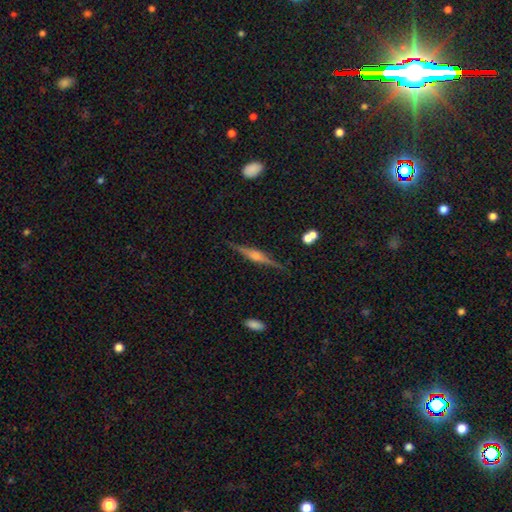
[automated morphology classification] smooth-or-featured: featured or disk: 79% | smooth: 14% | star or artifact: 7%
  disk-edge-on: yes: 98% | no: 2%
    edge-on-bulge: rounded: 75% | boxy: 20% | none: 5%
  merging: none: 87% | minor disturbance: 9% | major disturbance: 2% | merger: 2%